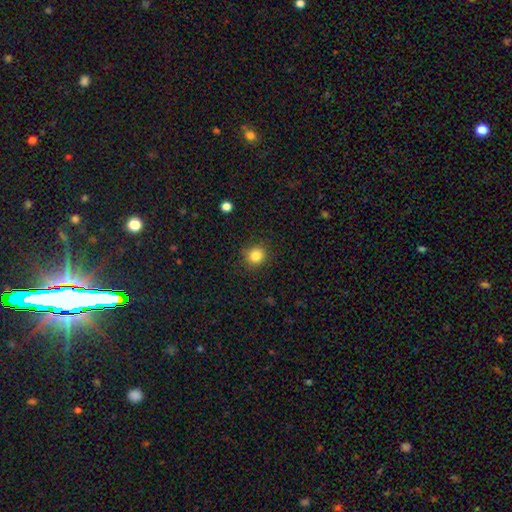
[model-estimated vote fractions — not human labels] smooth 84%, star or artifact 11%, featured or disk 5%. Down the decision tree: how rounded — round (88%); merging — none (88%).